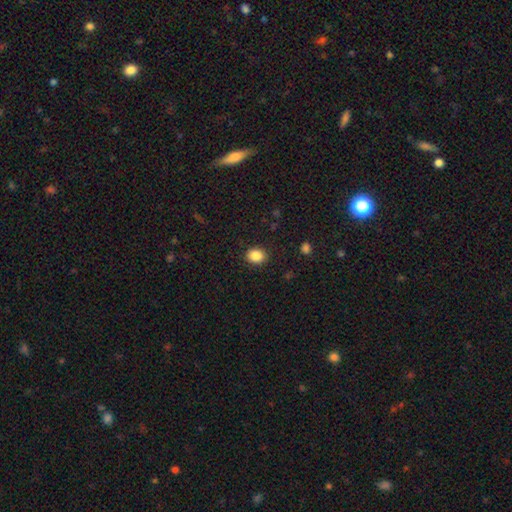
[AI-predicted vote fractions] A smooth galaxy with no disk features (86%) that is round (55%).

Vote fractions:
- Smooth or featured? smooth: 86% / star or artifact: 10% / featured or disk: 4%
- How rounded? round: 55% / in between: 44% / cigar-shaped: 1%
- Merging? none: 89% / minor disturbance: 8% / major disturbance: 2% / merger: 1%